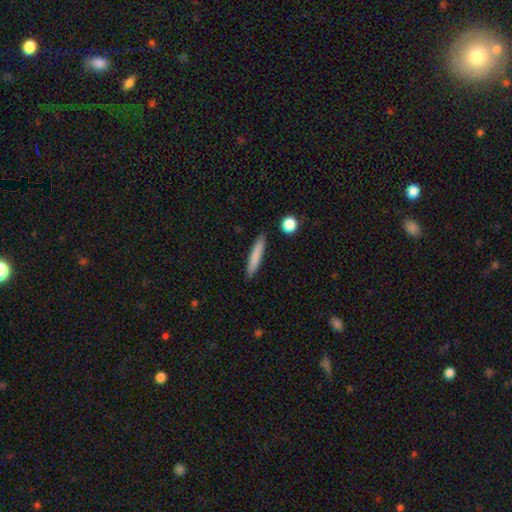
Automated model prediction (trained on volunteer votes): Smooth or featured: smooth — 80% (featured or disk — 14%)
How rounded: cigar-shaped — 93% (in between — 5%)
Merging: none — 90% (minor disturbance — 7%)